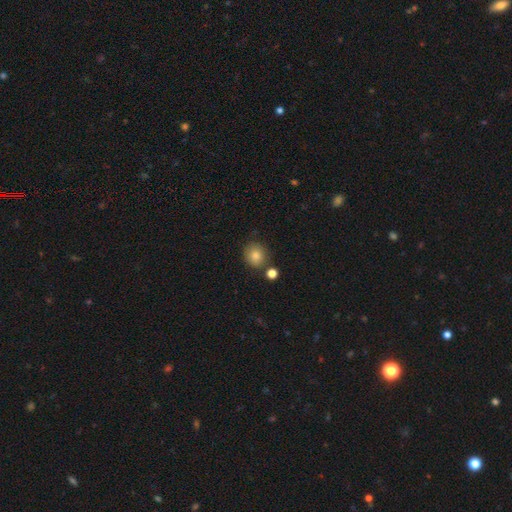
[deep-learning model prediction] Smooth or featured? Predicted: smooth (p=0.84). How rounded? Predicted: round (p=0.85). Merging? Predicted: none (p=0.79).